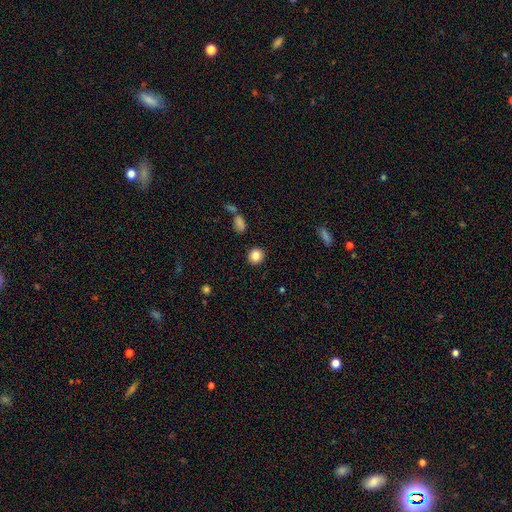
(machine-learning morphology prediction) smooth-or-featured: smooth: 84% | star or artifact: 10% | featured or disk: 6%
  how-rounded: round: 87% | in between: 12% | cigar-shaped: 1%
  merging: none: 91% | minor disturbance: 6% | major disturbance: 2% | merger: 2%